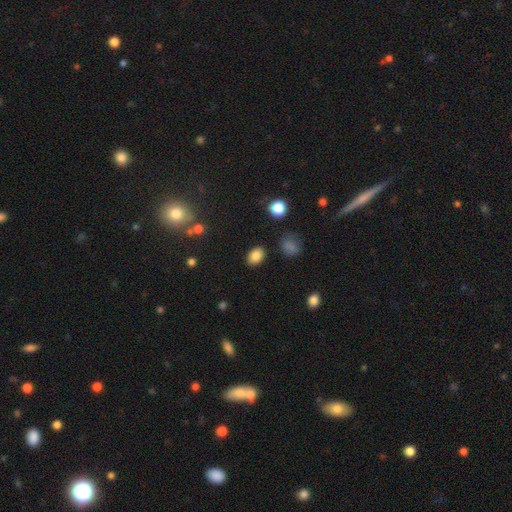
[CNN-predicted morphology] smooth-or-featured: smooth: 85% | star or artifact: 10% | featured or disk: 5%
  how-rounded: in between: 78% | round: 21% | cigar-shaped: 1%
  merging: none: 86% | minor disturbance: 9% | major disturbance: 3% | merger: 2%